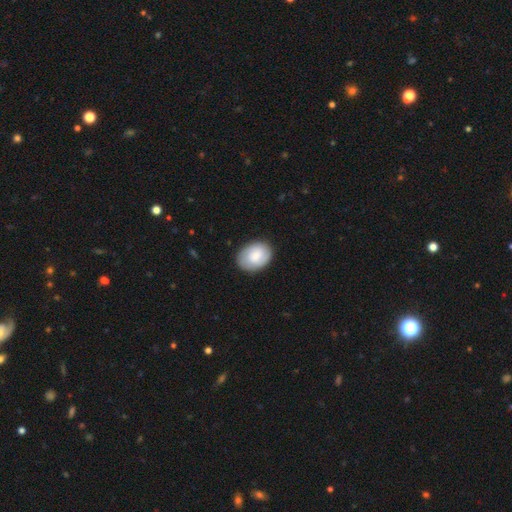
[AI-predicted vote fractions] Smooth or featured? Predicted: smooth (p=0.73). How rounded? Predicted: in between (p=0.73). Merging? Predicted: none (p=0.84).